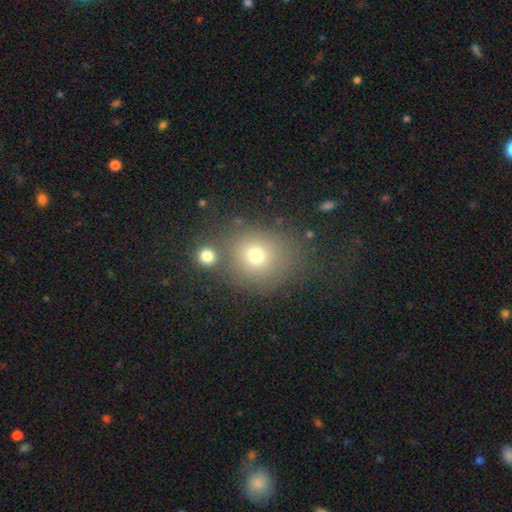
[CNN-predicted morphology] Smooth or featured?
  - smooth: 71% *
  - star or artifact: 17%
  - featured or disk: 12%
How rounded?
  - round: 78% *
  - in between: 21%
  - cigar-shaped: 1%
Merging?
  - none: 68% *
  - minor disturbance: 13%
  - merger: 13%
  - major disturbance: 6%